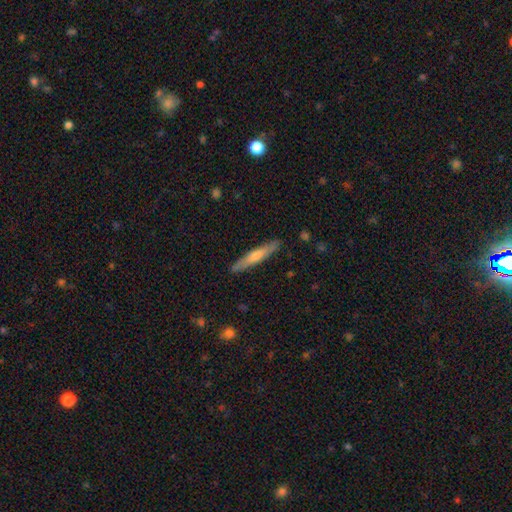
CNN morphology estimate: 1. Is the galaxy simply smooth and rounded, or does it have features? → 54% smooth, 41% featured or disk, 5% star or artifact.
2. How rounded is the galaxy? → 92% cigar-shaped, 6% in between, 1% round.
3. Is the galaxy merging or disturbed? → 90% none, 8% minor disturbance, 2% major disturbance, 1% merger.